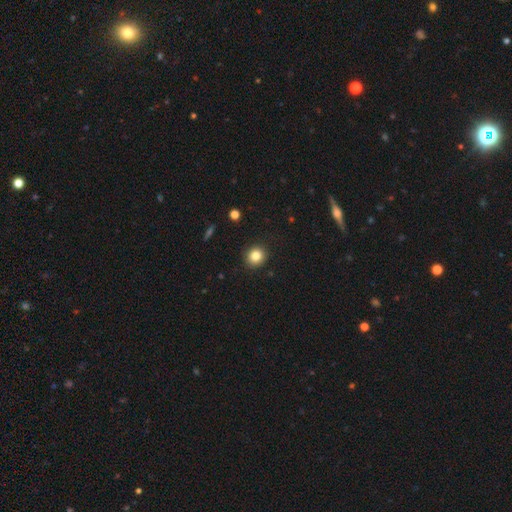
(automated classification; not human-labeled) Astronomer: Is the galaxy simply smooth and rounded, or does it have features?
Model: smooth — 83%.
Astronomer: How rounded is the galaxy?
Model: round — 87%.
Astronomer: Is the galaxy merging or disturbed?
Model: none — 91%.